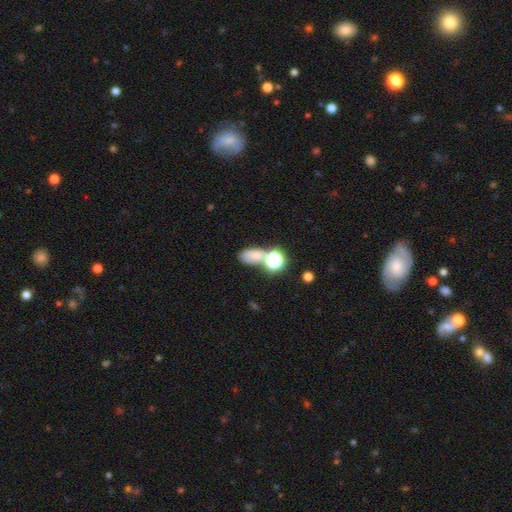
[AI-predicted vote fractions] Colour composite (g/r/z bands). It shows a smooth galaxy with no disk features (66%) that is in between round and cigar-shaped (76%). Merging: none (47%).